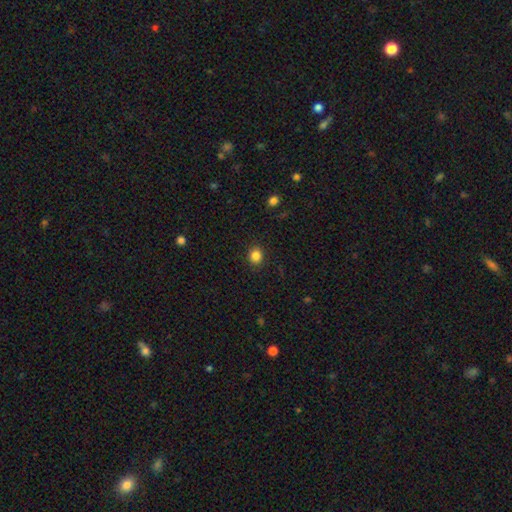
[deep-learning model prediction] Q: Smooth or featured?
A: smooth (85%); runner-up: star or artifact (11%)
Q: How rounded?
A: round (74%); runner-up: in between (25%)
Q: Merging?
A: none (90%); runner-up: minor disturbance (7%)